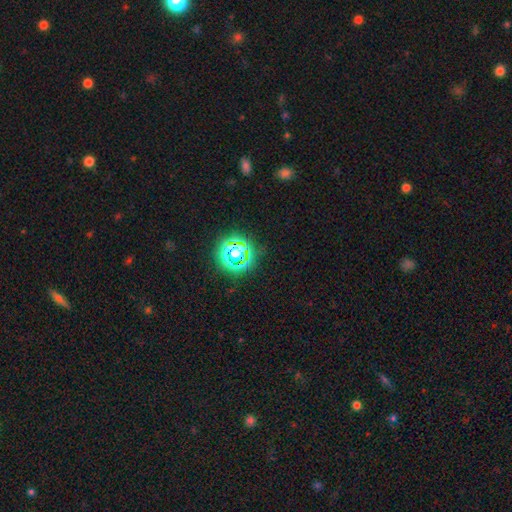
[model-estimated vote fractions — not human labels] Smooth or featured? star or artifact (54%)